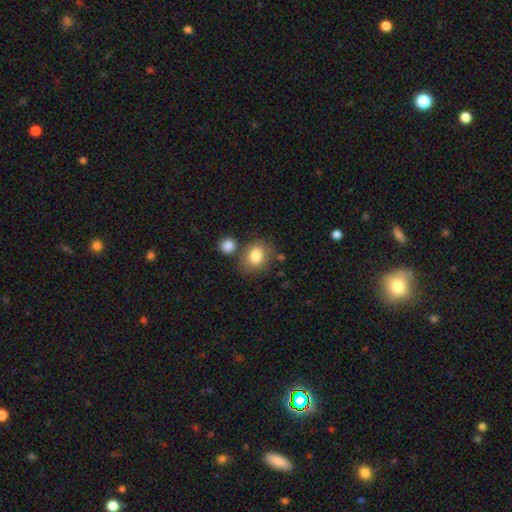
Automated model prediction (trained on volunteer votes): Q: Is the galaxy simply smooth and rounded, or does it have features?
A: smooth — 82%.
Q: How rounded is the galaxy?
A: round — 51%.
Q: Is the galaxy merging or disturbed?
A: none — 65%.